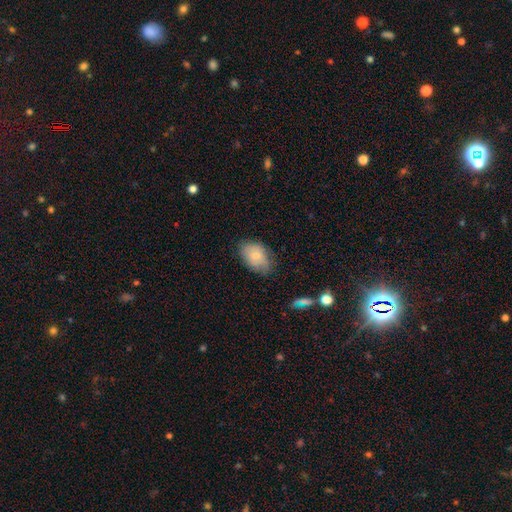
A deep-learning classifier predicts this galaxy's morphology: Overall: smooth (69%). How rounded: in between (87%). Merging: none (72%).